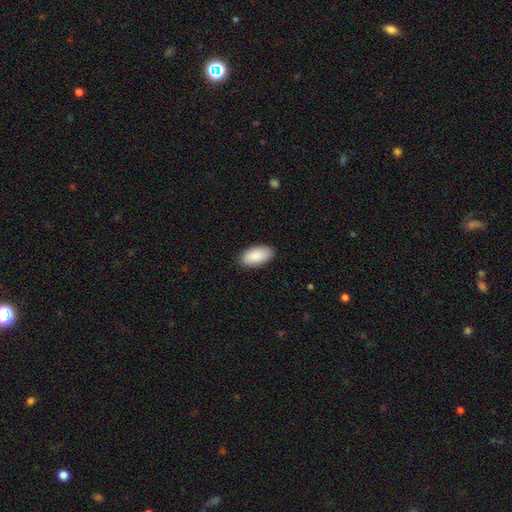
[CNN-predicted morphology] This is clearly a smooth galaxy (91%). How rounded: clearly in between (96%). Merging: clearly none (89%).